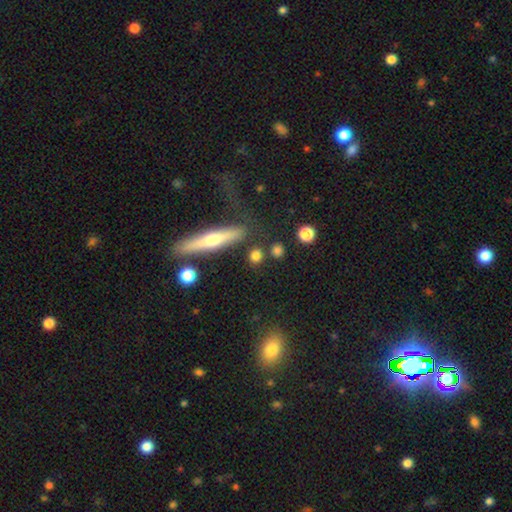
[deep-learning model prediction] The model was most divided on "how rounded": round: 70%, in between: 20%, cigar-shaped: 11%. More confident: merging — none (80%); smooth or featured — smooth (77%).